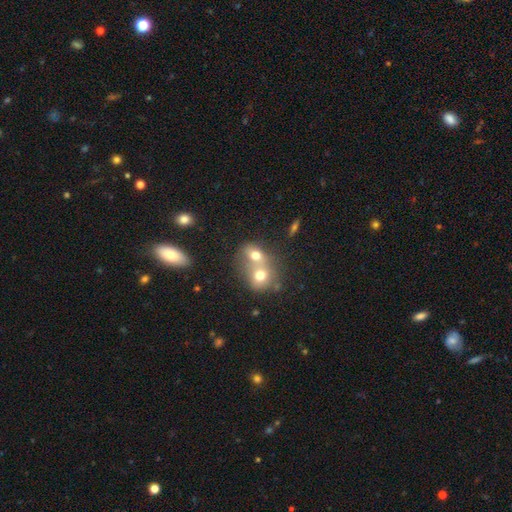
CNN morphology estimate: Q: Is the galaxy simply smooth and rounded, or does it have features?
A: smooth — 69%.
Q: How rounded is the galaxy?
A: round — 58%.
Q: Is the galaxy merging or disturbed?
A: merger — 70%.